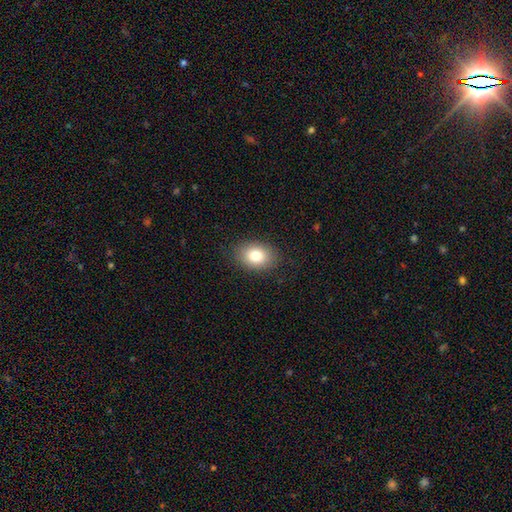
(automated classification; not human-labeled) smooth_or_featured: smooth (p=0.81) [alt: featured or disk p=0.10]
how_rounded: in between (p=0.70) [alt: round p=0.29]
merging: none (p=0.87) [alt: minor disturbance p=0.10]